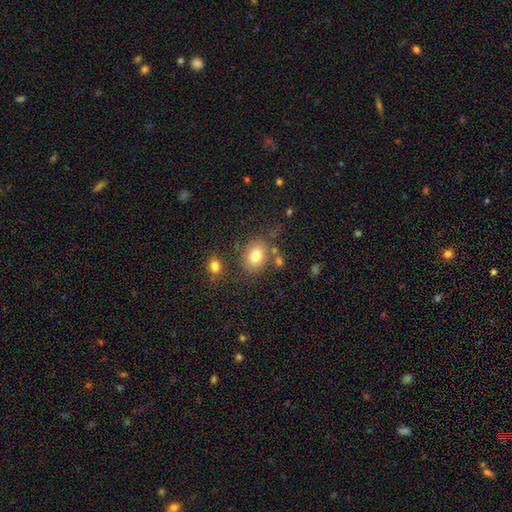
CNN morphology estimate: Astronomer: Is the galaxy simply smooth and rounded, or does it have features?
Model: smooth — 79%.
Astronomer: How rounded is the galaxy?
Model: in between — 58% (runner-up: round, 41%).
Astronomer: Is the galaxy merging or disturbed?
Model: none — 72%.